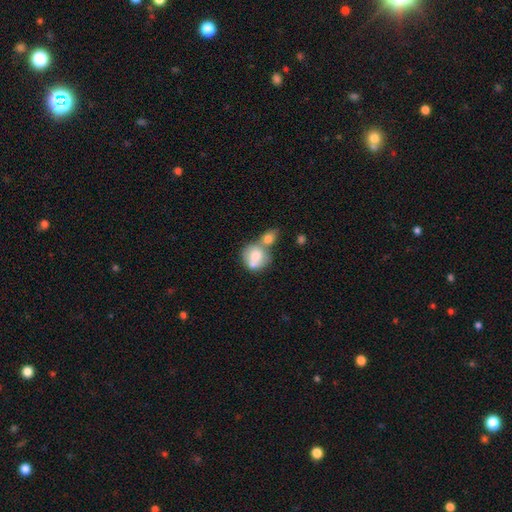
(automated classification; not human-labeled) smooth-or-featured: smooth: 71% | featured or disk: 22% | star or artifact: 8%
  how-rounded: round: 72% | in between: 27% | cigar-shaped: 1%
  merging: merger: 60% | none: 25% | minor disturbance: 9% | major disturbance: 6%